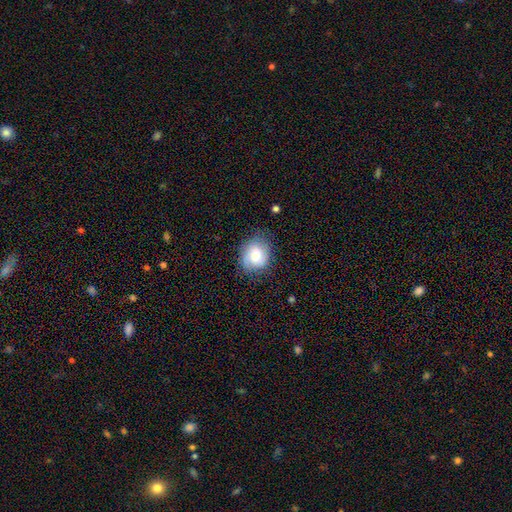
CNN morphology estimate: Overall: smooth (54%; featured or disk 38%). How rounded: round (53%; in between 46%). Merging: none (69%).